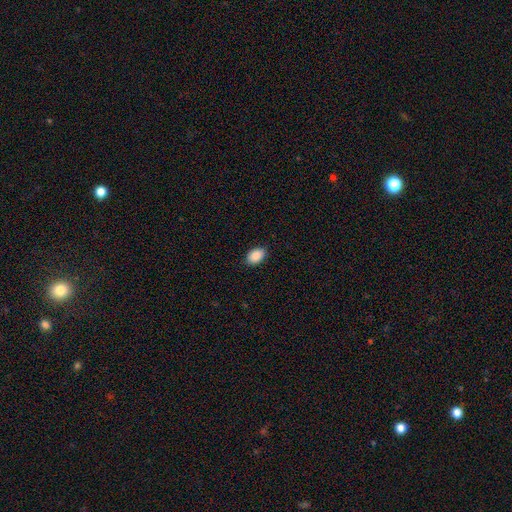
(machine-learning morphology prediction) smooth_or_featured: smooth (p=0.90) [alt: star or artifact p=0.07]
how_rounded: in between (p=0.87) [alt: round p=0.12]
merging: none (p=0.89) [alt: minor disturbance p=0.08]